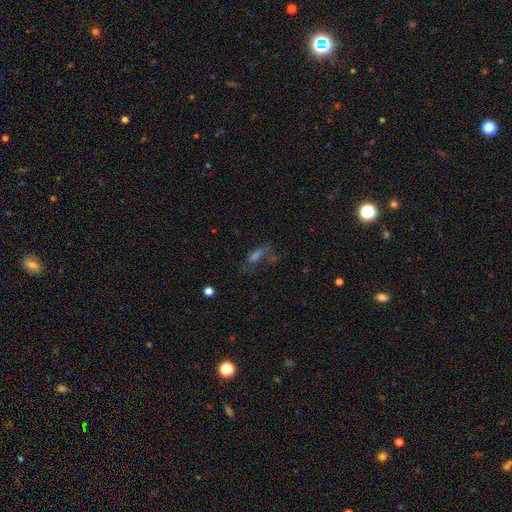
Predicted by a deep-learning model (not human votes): A smooth galaxy with no disk features (39%).

Vote fractions:
- Smooth or featured? smooth: 39% / star or artifact: 31% / featured or disk: 30%
- Merging? none: 46% / major disturbance: 24% / minor disturbance: 19% / merger: 10%